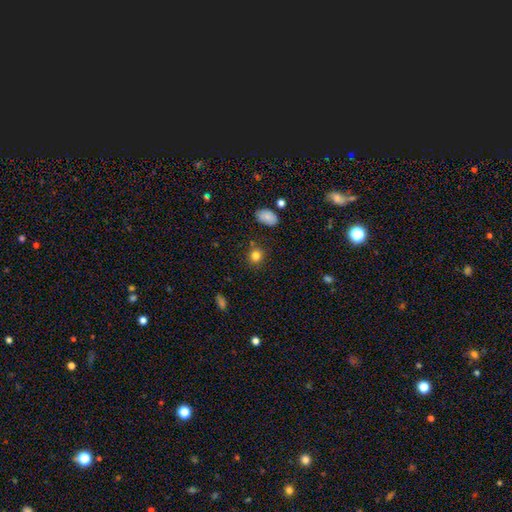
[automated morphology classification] This appears to be a smooth galaxy with no disk features (82%) that is round (82%). Merging: none (84%).